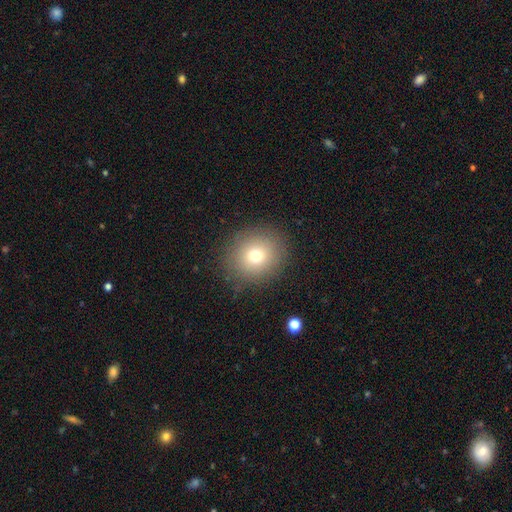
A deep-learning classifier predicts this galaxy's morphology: type=smooth (73%); roundness=round (82%); merging=none (86%).